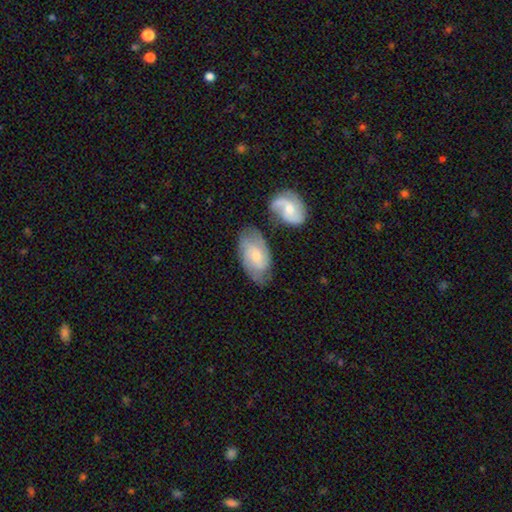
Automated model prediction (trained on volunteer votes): Q: Smooth or featured?
A: featured or disk (62%); runner-up: smooth (32%)
Q: Edge-on disk?
A: no (94%); runner-up: yes (6%)
Q: Bar?
A: no (60%); runner-up: weak (36%)
Q: Spiral arms?
A: yes (90%); runner-up: no (10%)
Q: Spiral winding?
A: medium (44%); runner-up: tight (39%)
Q: Spiral arm count?
A: 2 (45%); runner-up: can't tell (27%)
Q: Bulge size?
A: small (56%); runner-up: moderate (36%)
Q: Merging?
A: none (59%); runner-up: minor disturbance (22%)